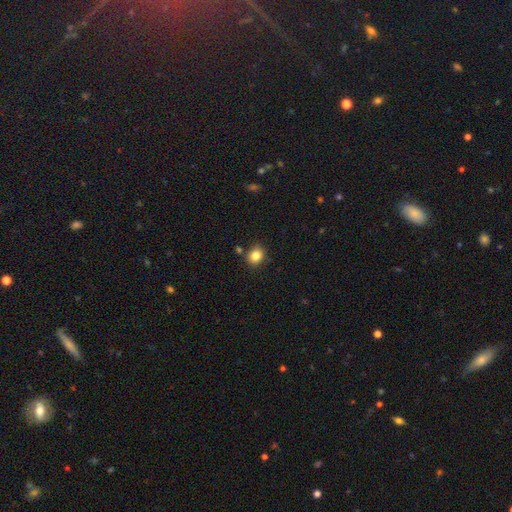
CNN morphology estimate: Smooth or featured? smooth (83%)
How rounded? round (68%)
Merging? none (82%)